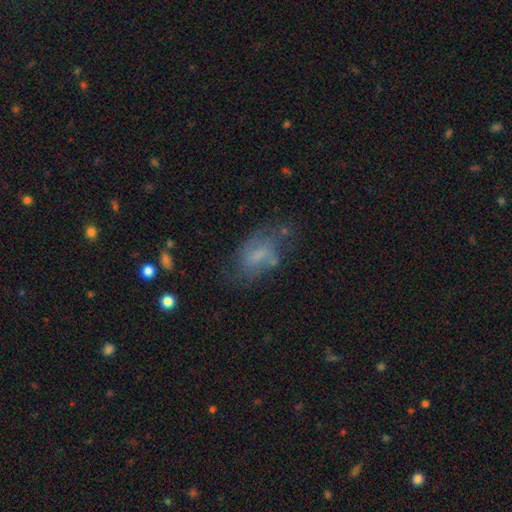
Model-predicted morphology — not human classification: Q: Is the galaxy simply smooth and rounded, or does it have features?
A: smooth — 49%.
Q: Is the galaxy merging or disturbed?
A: none — 52%.